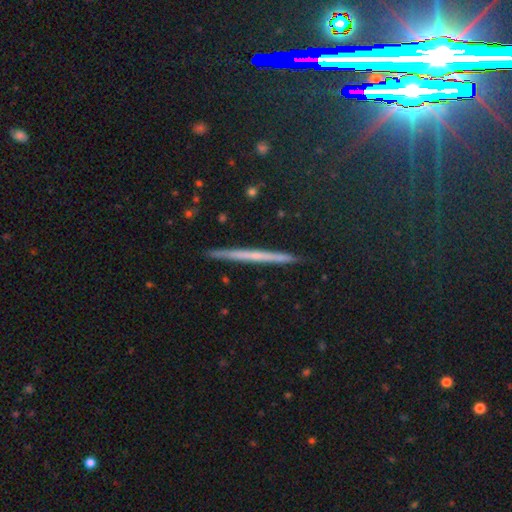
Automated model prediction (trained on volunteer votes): smooth_or_featured: featured or disk (p=0.53) [alt: smooth p=0.36]
disk_edge_on: yes (p=0.97) [alt: no p=0.03]
edge_on_bulge: none (p=0.82) [alt: rounded p=0.14]
merging: none (p=0.91) [alt: minor disturbance p=0.06]